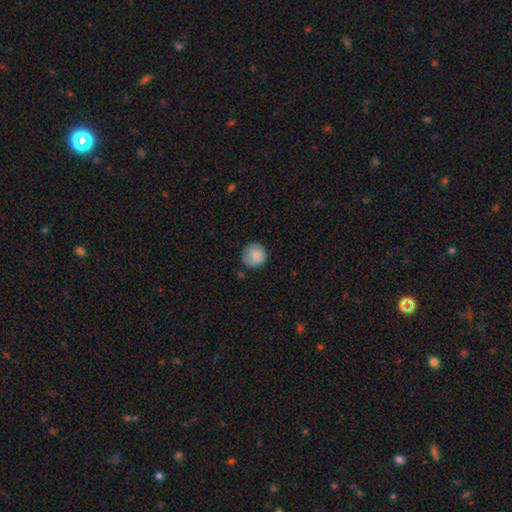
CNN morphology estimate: A smooth galaxy with no disk features (86%) that is round (93%).

Vote fractions:
- Smooth or featured? smooth: 86% / star or artifact: 8% / featured or disk: 6%
- How rounded? round: 93% / in between: 6% / cigar-shaped: 1%
- Merging? none: 81% / minor disturbance: 15% / major disturbance: 3% / merger: 2%